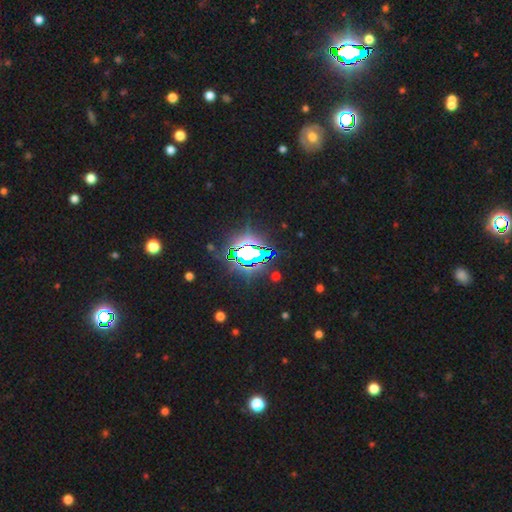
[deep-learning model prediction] star or artifact 80%, smooth 11%, featured or disk 9%.